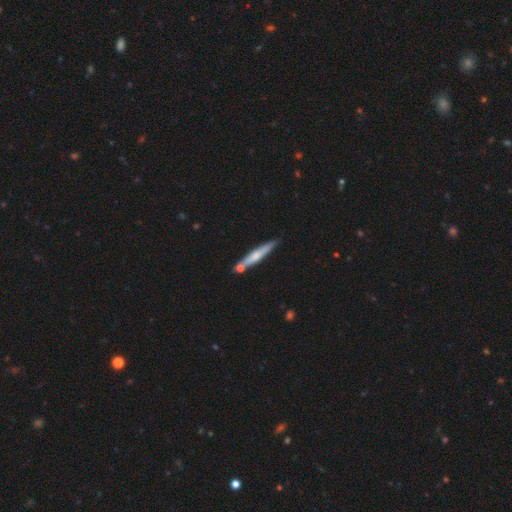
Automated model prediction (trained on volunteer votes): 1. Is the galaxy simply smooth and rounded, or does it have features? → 49% smooth, 46% featured or disk, 5% star or artifact.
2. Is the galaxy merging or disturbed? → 73% none, 13% merger, 12% minor disturbance, 2% major disturbance.